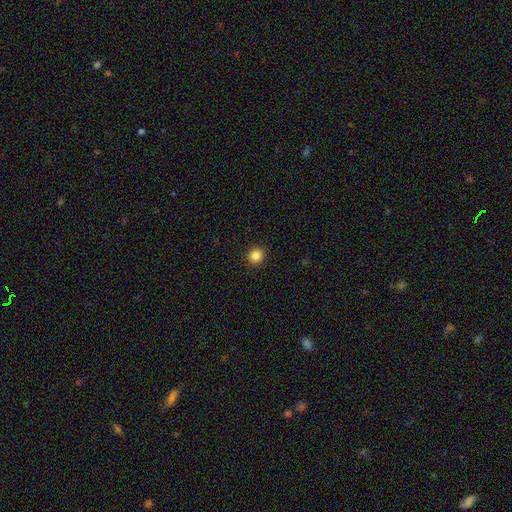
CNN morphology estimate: Smooth or featured? Predicted: smooth (p=0.85). How rounded? Predicted: round (p=0.93). Merging? Predicted: none (p=0.92).